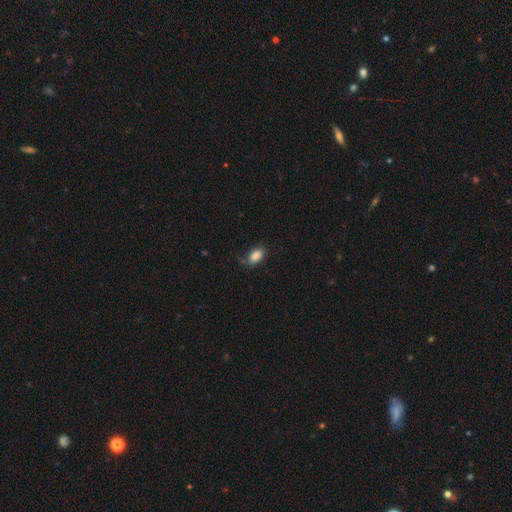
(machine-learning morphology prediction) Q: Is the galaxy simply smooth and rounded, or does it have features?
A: smooth — 87%.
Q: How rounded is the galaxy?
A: in between — 90%.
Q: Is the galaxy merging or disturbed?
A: none — 75%.